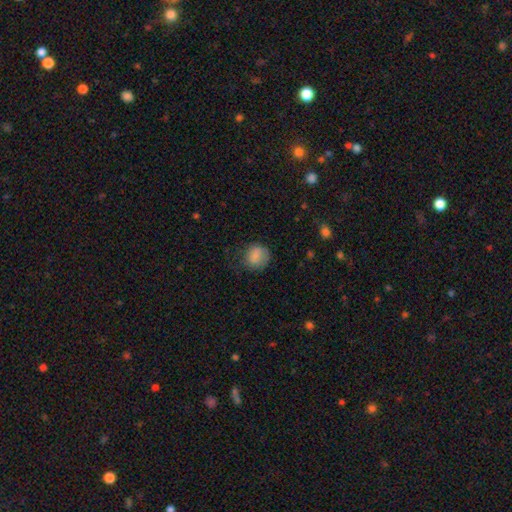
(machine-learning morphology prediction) type=smooth (83%); roundness=round (73%); merging=none (63%).